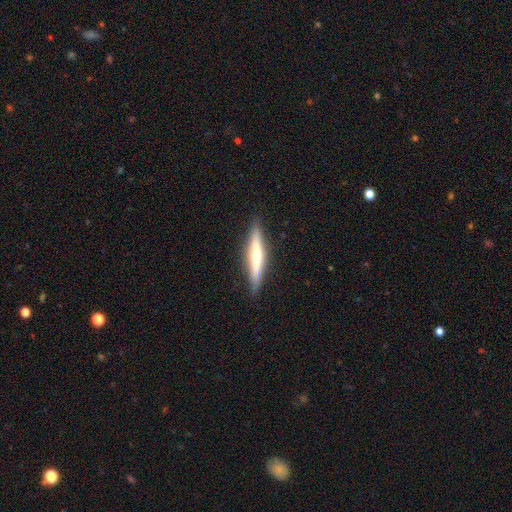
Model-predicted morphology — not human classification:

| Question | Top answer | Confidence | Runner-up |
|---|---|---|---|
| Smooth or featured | featured or disk | 57% | smooth (38%) |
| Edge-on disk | yes | 94% | no (6%) |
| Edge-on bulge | rounded | 74% | none (20%) |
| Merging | none | 89% | minor disturbance (8%) |